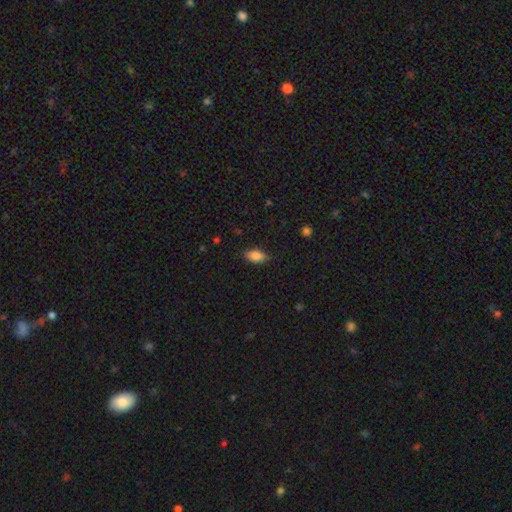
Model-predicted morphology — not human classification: Overall: smooth (86%). How rounded: in between (90%). Merging: none (82%).